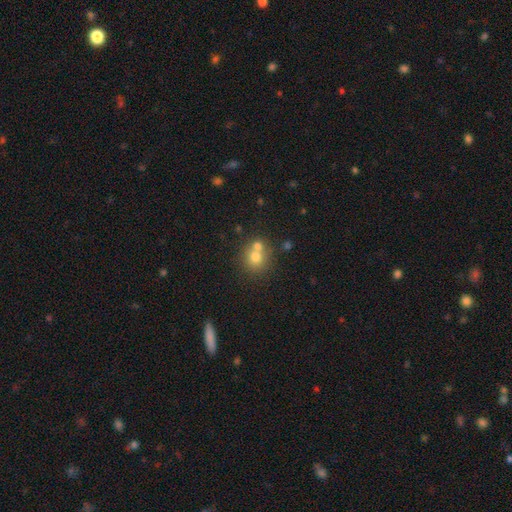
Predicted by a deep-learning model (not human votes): Smooth or featured?
  - smooth: 70% *
  - featured or disk: 15%
  - star or artifact: 15%
How rounded?
  - round: 84% *
  - in between: 15%
  - cigar-shaped: 1%
Merging?
  - none: 50% *
  - merger: 40%
  - minor disturbance: 8%
  - major disturbance: 3%